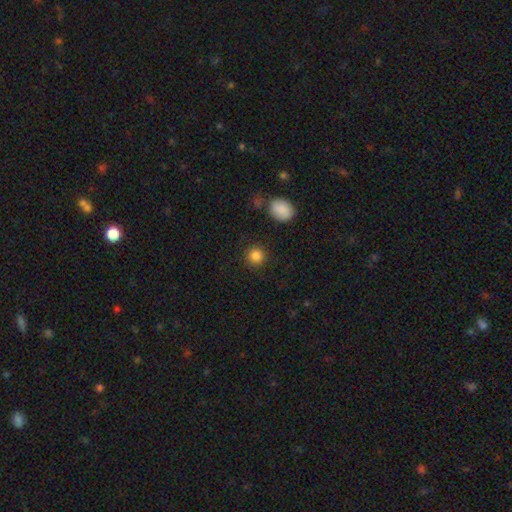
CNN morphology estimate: type=smooth (86%); roundness=round (92%); merging=none (89%).